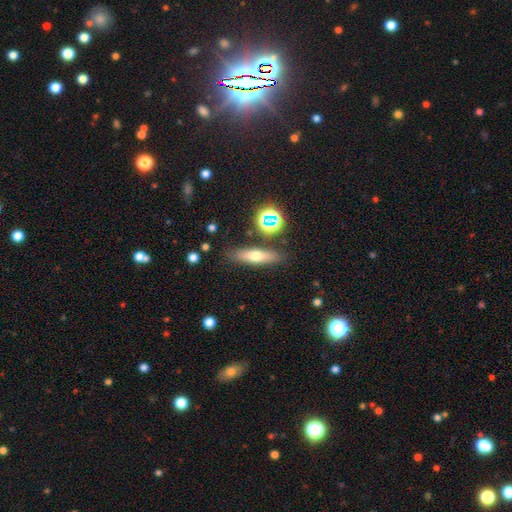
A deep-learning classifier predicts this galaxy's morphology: smooth_or_featured: smooth (p=0.59) [alt: featured or disk p=0.29]
how_rounded: cigar-shaped (p=0.63) [alt: in between p=0.32]
merging: none (p=0.83) [alt: minor disturbance p=0.10]